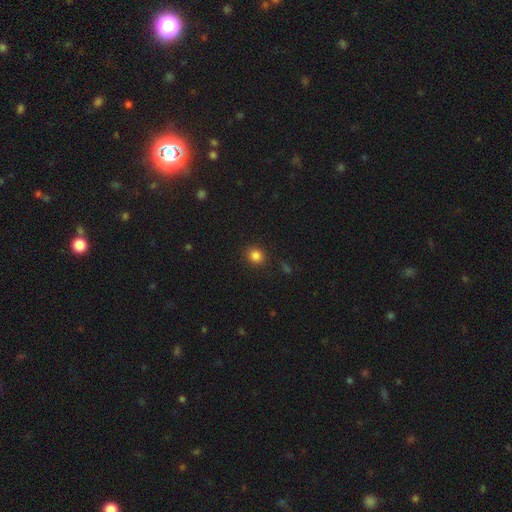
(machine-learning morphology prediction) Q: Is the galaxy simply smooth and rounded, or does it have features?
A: smooth — 84%.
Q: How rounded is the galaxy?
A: round — 81%.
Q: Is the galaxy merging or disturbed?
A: none — 89%.